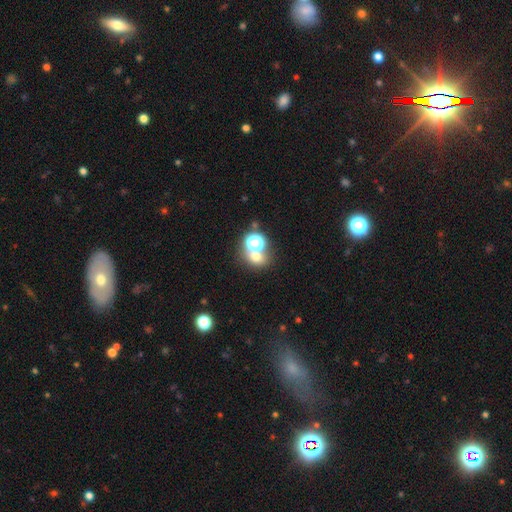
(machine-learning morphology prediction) smooth 60%, star or artifact 30%, featured or disk 10%. Down the decision tree: how rounded — round (72%); merging — none (55%).